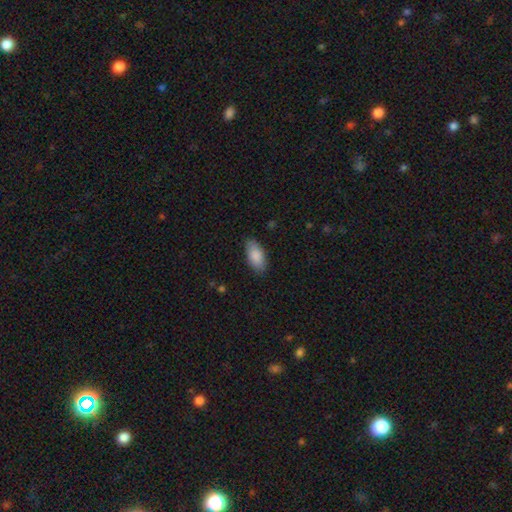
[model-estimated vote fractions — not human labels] Smooth or featured: smooth — 88% (star or artifact — 6%)
How rounded: in between — 91% (cigar-shaped — 7%)
Merging: none — 83% (minor disturbance — 13%)